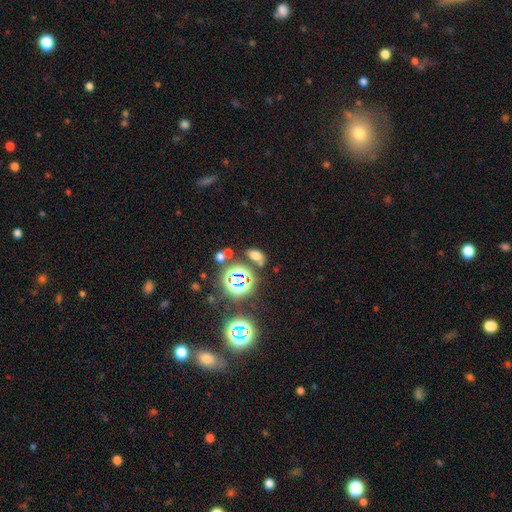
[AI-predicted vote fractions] A smooth galaxy with no disk features (56%) that is in between round and cigar-shaped (84%). Merging: none (71%).